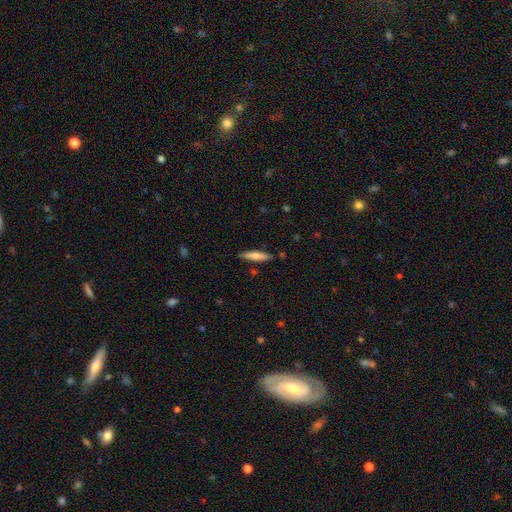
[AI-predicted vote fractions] smooth_or_featured: smooth (p=0.62) [alt: featured or disk p=0.32]
how_rounded: cigar-shaped (p=0.82) [alt: in between p=0.16]
merging: none (p=0.85) [alt: minor disturbance p=0.10]